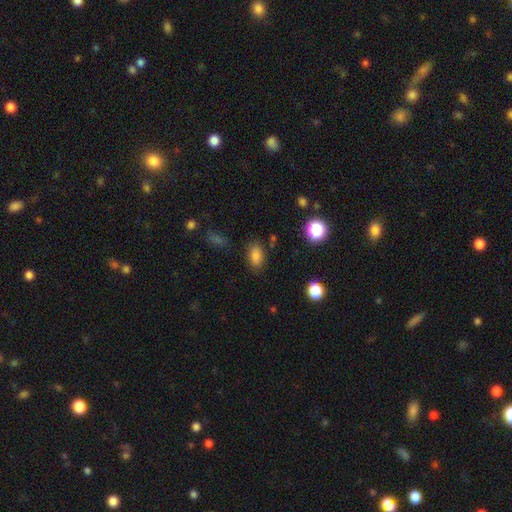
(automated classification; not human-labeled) Overall: smooth (81%). How rounded: in between (87%). Merging: none (80%).